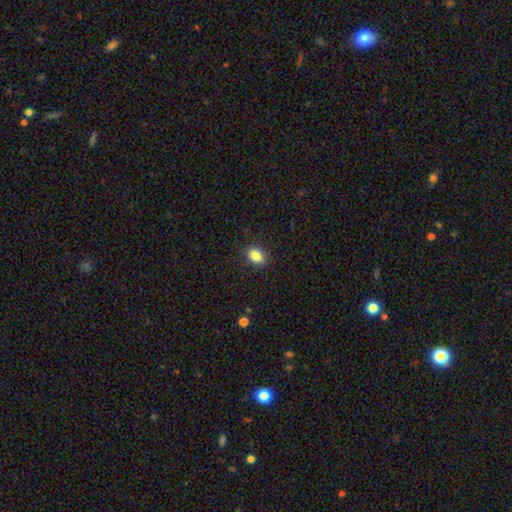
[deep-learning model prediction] This is clearly a smooth galaxy (85%). How rounded: likely in between (75%). Merging: clearly none (87%).